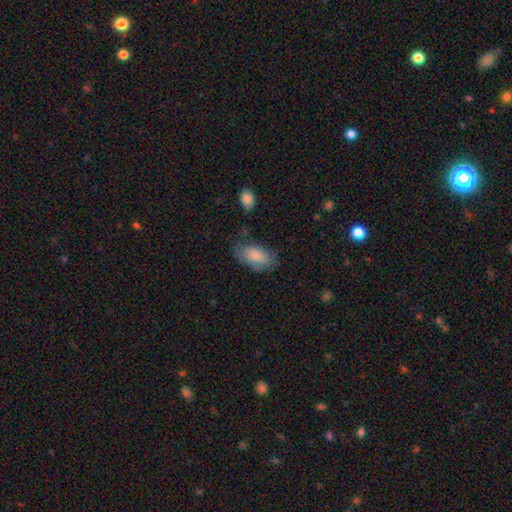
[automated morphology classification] The model was most divided on "merging": none: 64%, minor disturbance: 25%, major disturbance: 8%, merger: 3%. More confident: how rounded — in between (93%); smooth or featured — smooth (82%).